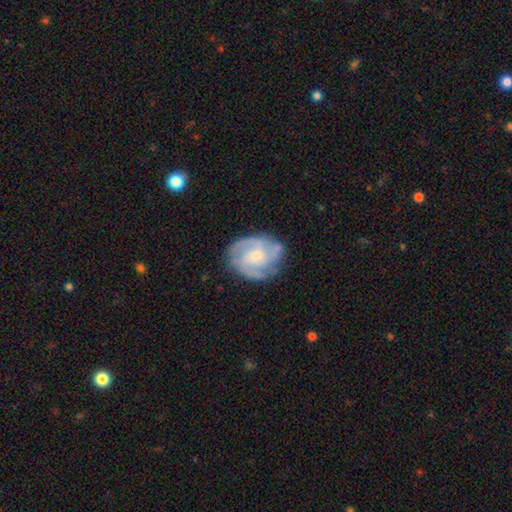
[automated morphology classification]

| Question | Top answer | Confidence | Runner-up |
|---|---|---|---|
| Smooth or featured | featured or disk | 83% | smooth (12%) |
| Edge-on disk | no | 98% | yes (2%) |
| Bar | no | 60% | weak (33%) |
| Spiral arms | yes | 96% | no (4%) |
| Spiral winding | tight | 47% | medium (43%) |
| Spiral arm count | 3 | 42% | 2 (31%) |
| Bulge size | small | 54% | moderate (36%) |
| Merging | none | 73% | minor disturbance (19%) |